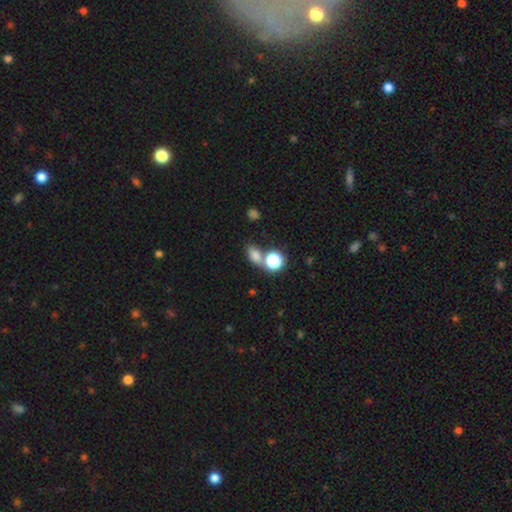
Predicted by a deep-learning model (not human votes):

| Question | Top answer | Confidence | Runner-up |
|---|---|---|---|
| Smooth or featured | smooth | 73% | star or artifact (19%) |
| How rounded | in between | 67% | round (30%) |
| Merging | none | 57% | merger (26%) |